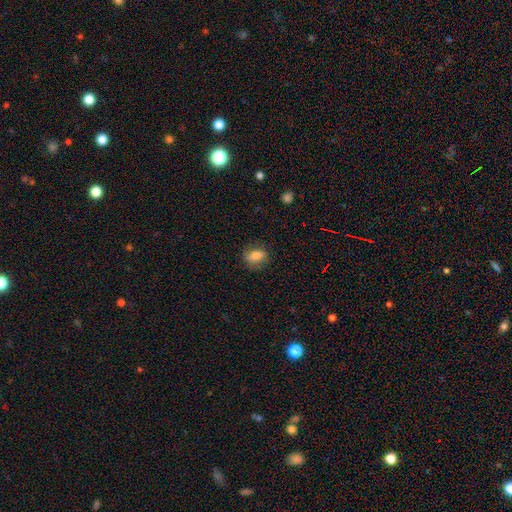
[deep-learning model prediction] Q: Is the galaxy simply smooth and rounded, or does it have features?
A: smooth — 77%.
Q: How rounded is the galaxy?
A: in between — 76%.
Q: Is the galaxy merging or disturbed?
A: none — 79%.